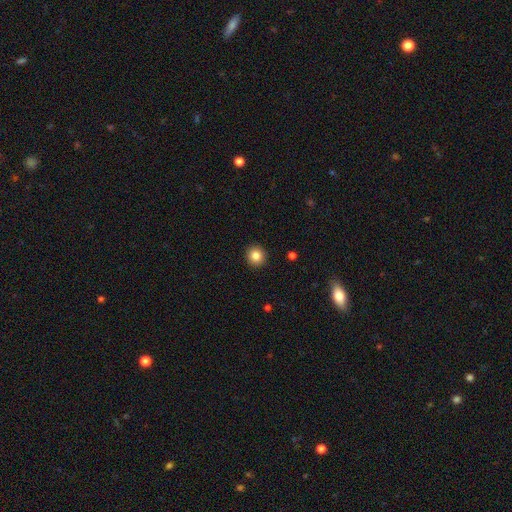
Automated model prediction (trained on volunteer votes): smooth-or-featured: smooth: 85% | star or artifact: 10% | featured or disk: 5%
  how-rounded: round: 93% | in between: 6% | cigar-shaped: 1%
  merging: none: 93% | minor disturbance: 5% | major disturbance: 2% | merger: 1%